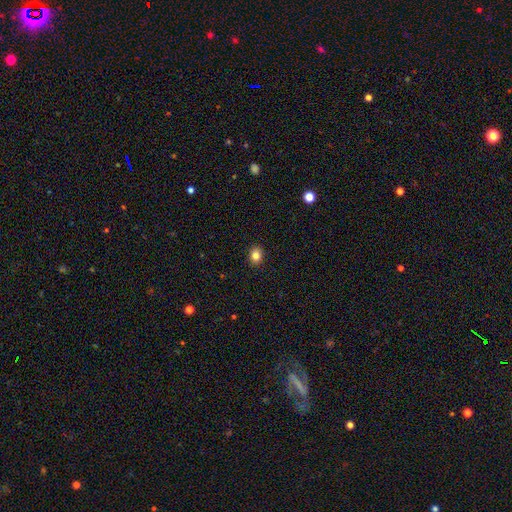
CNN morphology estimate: This is clearly a smooth galaxy (83%). How rounded: likely round (63%). Merging: clearly none (91%).